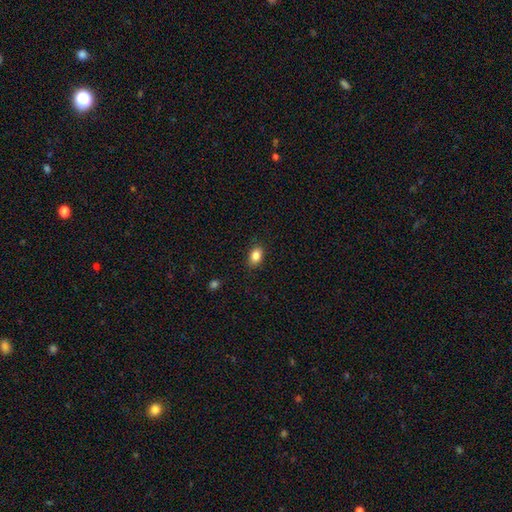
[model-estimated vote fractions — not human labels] A smooth galaxy with no disk features (85%) that is in between round and cigar-shaped (81%). Merging: none (86%).